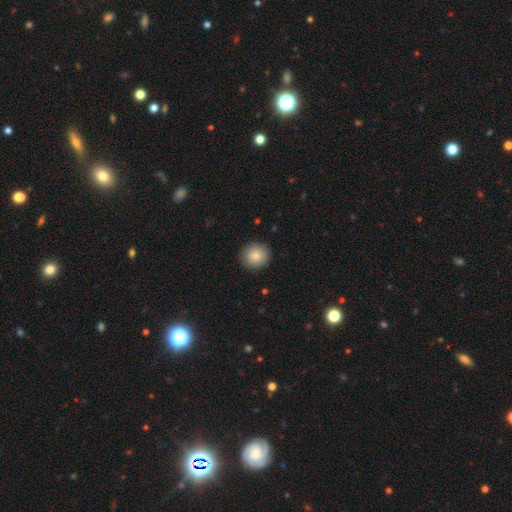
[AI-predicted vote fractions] smooth_or_featured: smooth (p=0.85) [alt: star or artifact p=0.08]
how_rounded: round (p=0.91) [alt: in between p=0.08]
merging: none (p=0.91) [alt: minor disturbance p=0.06]